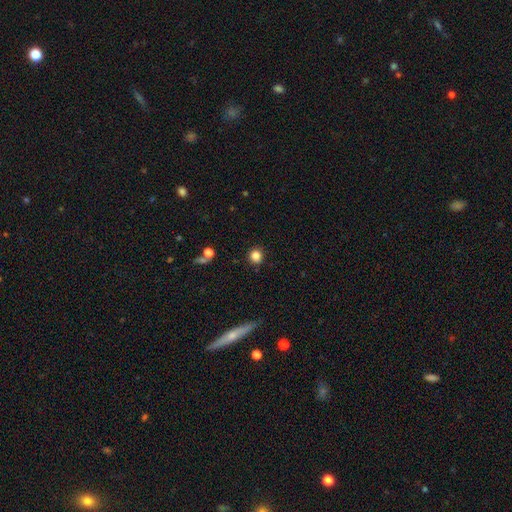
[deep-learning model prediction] Overall: smooth (83%). How rounded: round (89%). Merging: none (90%).